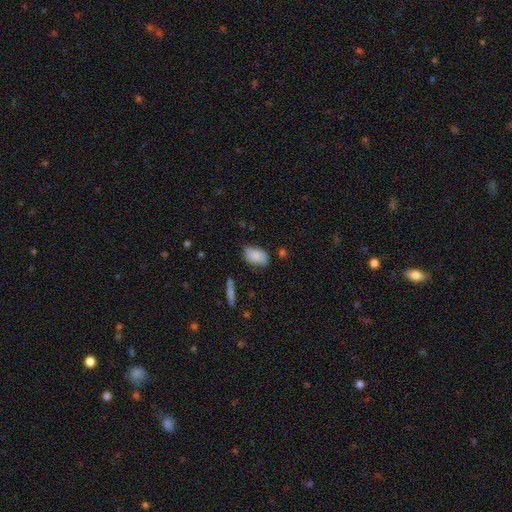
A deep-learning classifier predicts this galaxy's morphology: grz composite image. It shows a smooth galaxy with no disk features (82%) that is in between round and cigar-shaped (90%). Merging: none (65%).